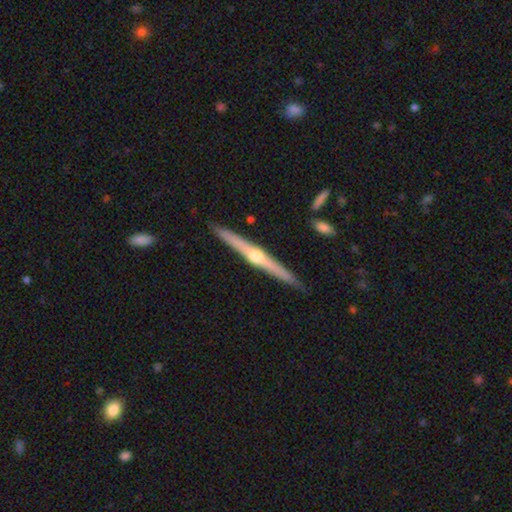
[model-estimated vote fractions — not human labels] A featured or disk galaxy (78%) viewed edge-on (98%) with a rounded central bulge (91%).

Vote fractions:
- Smooth or featured? featured or disk: 78% / smooth: 16% / star or artifact: 5%
- Edge-on disk? yes: 98% / no: 2%
- Edge-on bulge? rounded: 91% / none: 6% / boxy: 3%
- Merging? none: 90% / minor disturbance: 7% / merger: 1% / major disturbance: 1%